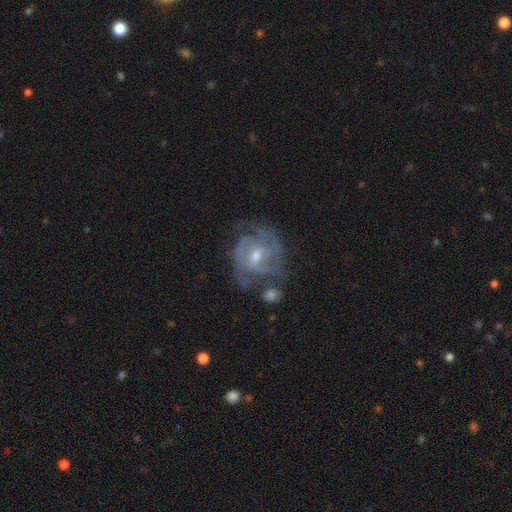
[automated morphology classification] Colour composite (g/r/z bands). It shows a featured or disk galaxy (85%) with a weak bar (51%), 3 (31%) tight (46%) spiral arms (93%) and a moderate central bulge (57%). Merging: none (57%).